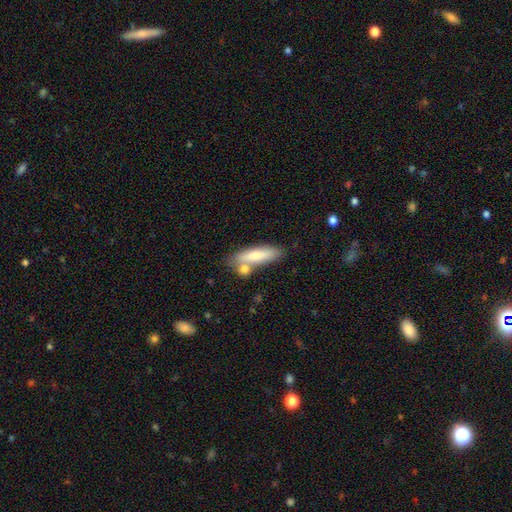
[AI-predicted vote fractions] Smooth or featured? Predicted: smooth (p=0.67). How rounded? Predicted: cigar-shaped (p=0.66). Merging? Predicted: none (p=0.64).